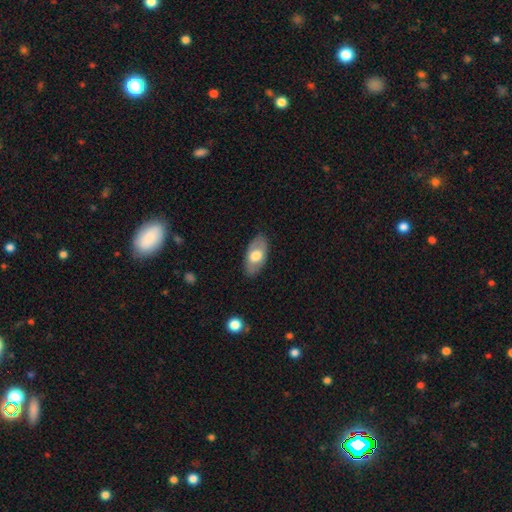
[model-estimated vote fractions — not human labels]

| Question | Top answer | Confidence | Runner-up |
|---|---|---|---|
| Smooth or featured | smooth | 61% | featured or disk (33%) |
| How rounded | in between | 93% | round (4%) |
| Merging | none | 84% | minor disturbance (12%) |